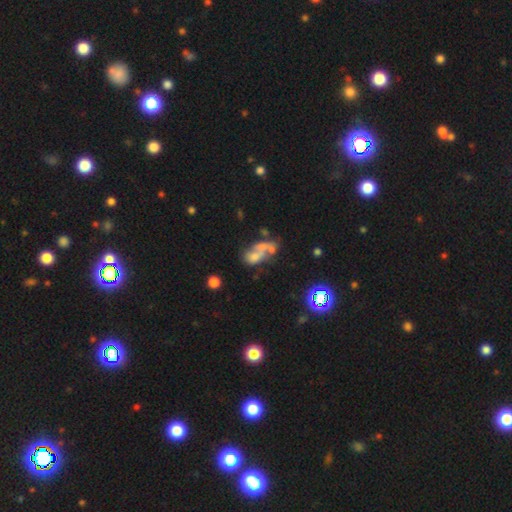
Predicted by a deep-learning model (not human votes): A featured or disk galaxy (40%, tied with smooth).

Vote fractions:
- Smooth or featured? featured or disk: 40% (tied) / smooth: 40% (tied) / star or artifact: 20%
- Merging? merger: 47% / none: 23% / major disturbance: 18% / minor disturbance: 12%